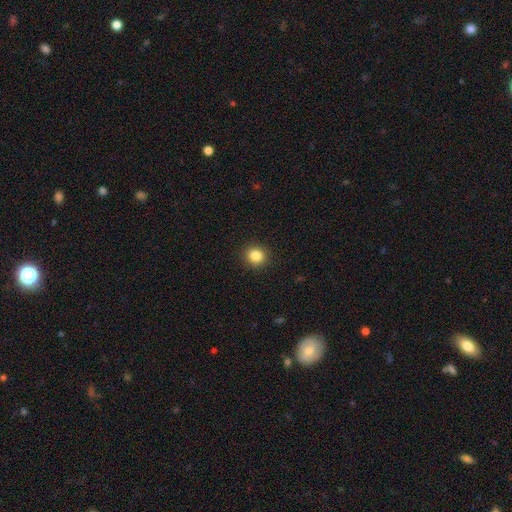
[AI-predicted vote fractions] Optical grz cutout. It shows a smooth galaxy with no disk features (85%) that is round (88%). Merging: none (92%).